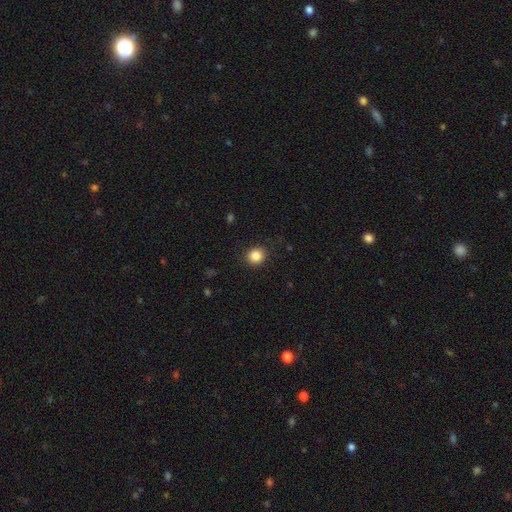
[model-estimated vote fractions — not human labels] Q: Smooth or featured?
A: smooth (85%); runner-up: star or artifact (11%)
Q: How rounded?
A: round (85%); runner-up: in between (14%)
Q: Merging?
A: none (89%); runner-up: minor disturbance (8%)